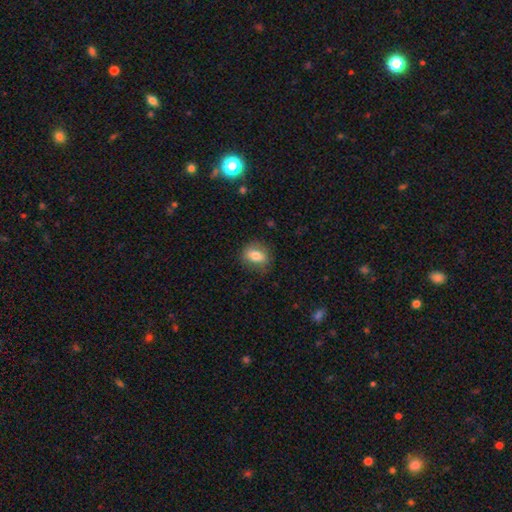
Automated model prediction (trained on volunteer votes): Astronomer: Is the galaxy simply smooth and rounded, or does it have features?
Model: smooth — 73%.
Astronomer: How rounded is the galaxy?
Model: in between — 56% (runner-up: round, 41%).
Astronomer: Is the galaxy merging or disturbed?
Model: none — 81%.